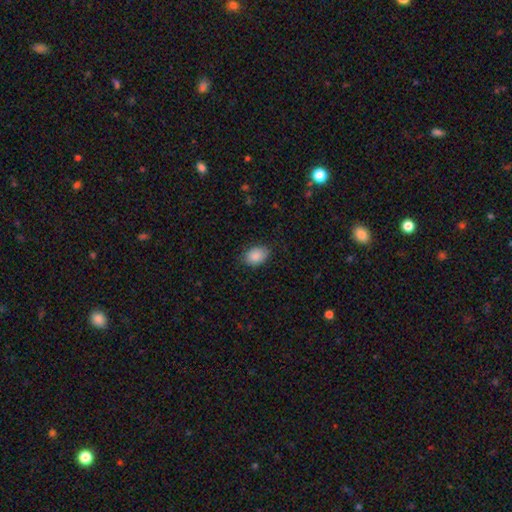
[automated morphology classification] This is clearly a smooth galaxy (88%). How rounded: clearly in between (81%). Merging: clearly none (81%).